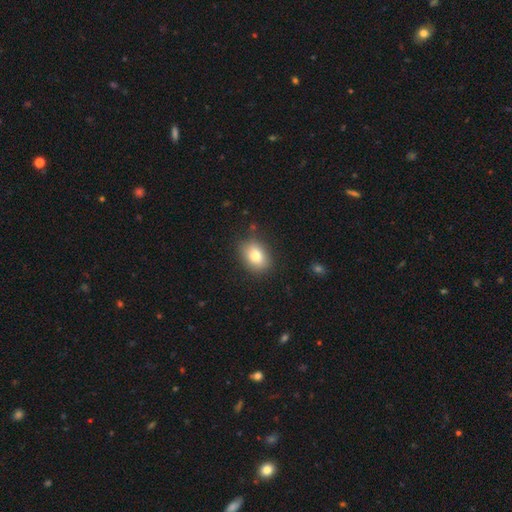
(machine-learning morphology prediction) smooth 80%, featured or disk 11%, star or artifact 9%. Down the decision tree: how rounded — in between (75%); merging — none (83%).